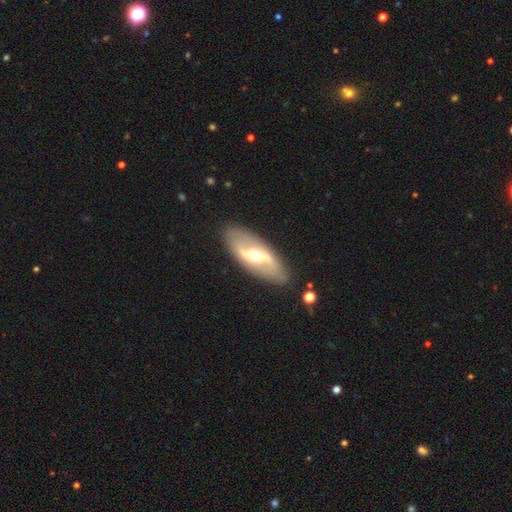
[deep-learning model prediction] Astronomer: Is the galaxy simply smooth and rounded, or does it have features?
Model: featured or disk — 73%.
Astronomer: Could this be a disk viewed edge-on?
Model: no — 87%.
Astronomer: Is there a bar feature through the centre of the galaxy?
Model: strong — 43% (runner-up: weak, 40%).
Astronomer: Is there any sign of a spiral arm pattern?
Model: yes — 72%.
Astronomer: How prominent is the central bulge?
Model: moderate — 66%.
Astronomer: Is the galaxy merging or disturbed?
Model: none — 84%.